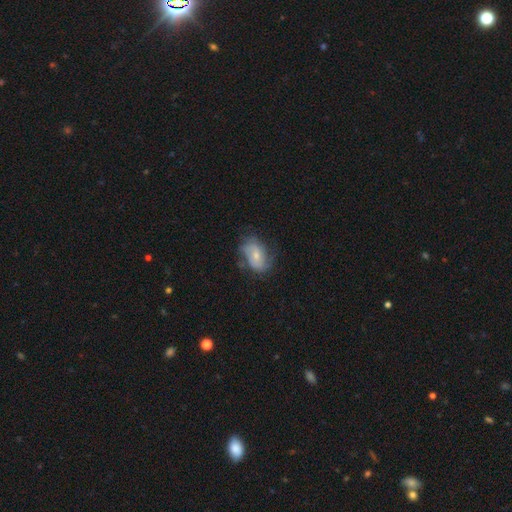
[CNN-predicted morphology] Smooth or featured?
  - featured or disk: 52% *
  - smooth: 41%
  - star or artifact: 8%
Edge-on disk?
  - no: 96% *
  - yes: 4%
Merging?
  - none: 58% *
  - minor disturbance: 27%
  - major disturbance: 13%
  - merger: 2%